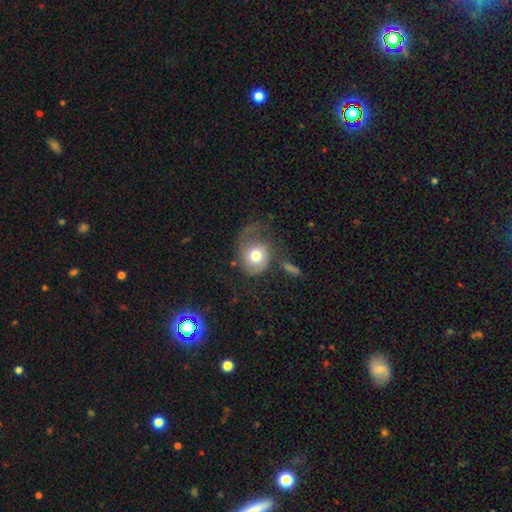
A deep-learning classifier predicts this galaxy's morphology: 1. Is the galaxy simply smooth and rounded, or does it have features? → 63% smooth, 29% featured or disk, 8% star or artifact.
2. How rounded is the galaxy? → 67% round, 32% in between, 1% cigar-shaped.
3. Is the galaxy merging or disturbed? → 37% major disturbance, 33% none, 24% minor disturbance, 6% merger.